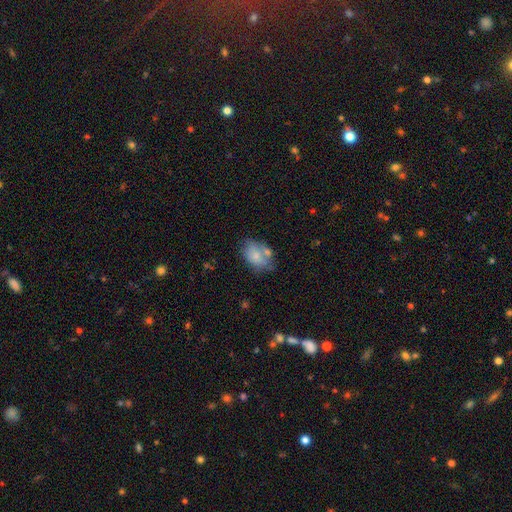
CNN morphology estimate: Q: Smooth or featured?
A: smooth (72%); runner-up: featured or disk (20%)
Q: How rounded?
A: in between (84%); runner-up: round (15%)
Q: Merging?
A: none (45%); runner-up: minor disturbance (24%)